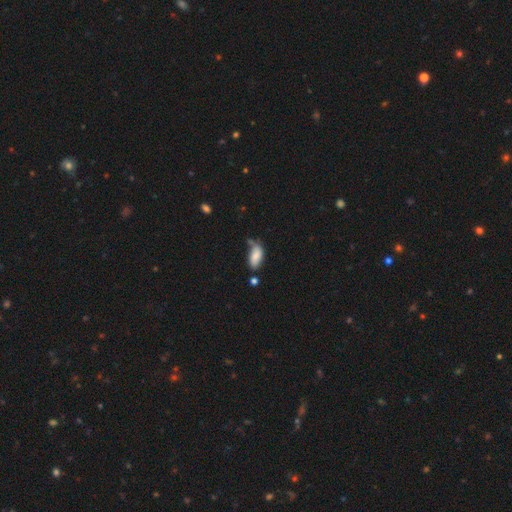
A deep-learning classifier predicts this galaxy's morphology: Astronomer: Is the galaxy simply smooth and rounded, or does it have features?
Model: smooth — 78%.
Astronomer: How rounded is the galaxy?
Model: in between — 90%.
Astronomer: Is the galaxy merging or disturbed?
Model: none — 46% (runner-up: minor disturbance, 31%).